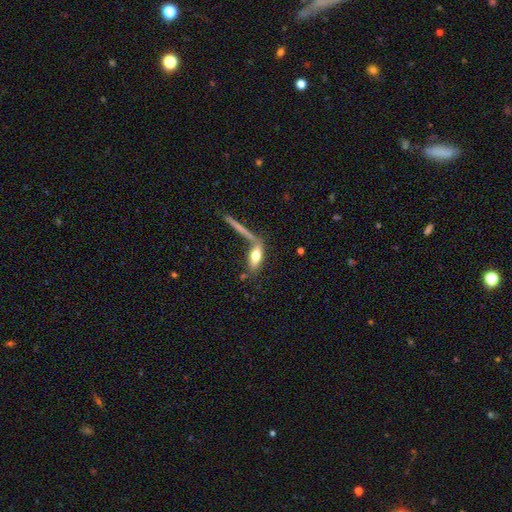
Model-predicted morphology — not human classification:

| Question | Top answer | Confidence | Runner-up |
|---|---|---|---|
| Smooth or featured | smooth | 66% | featured or disk (27%) |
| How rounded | in between | 61% | cigar-shaped (35%) |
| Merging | none | 55% | merger (24%) |